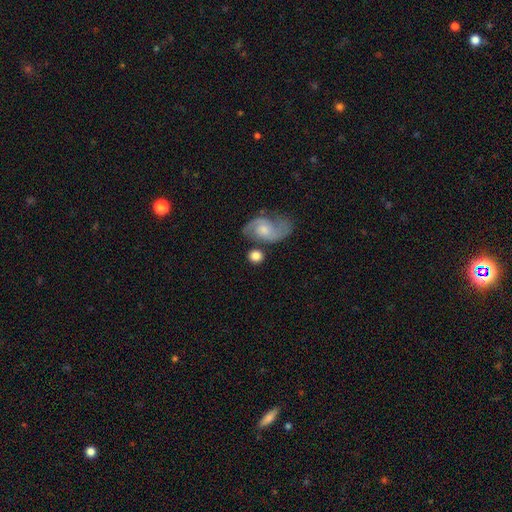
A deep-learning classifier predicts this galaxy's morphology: smooth_or_featured: smooth (p=0.71) [alt: featured or disk p=0.22]
how_rounded: round (p=0.72) [alt: in between p=0.26]
merging: none (p=0.65) [alt: merger p=0.16]